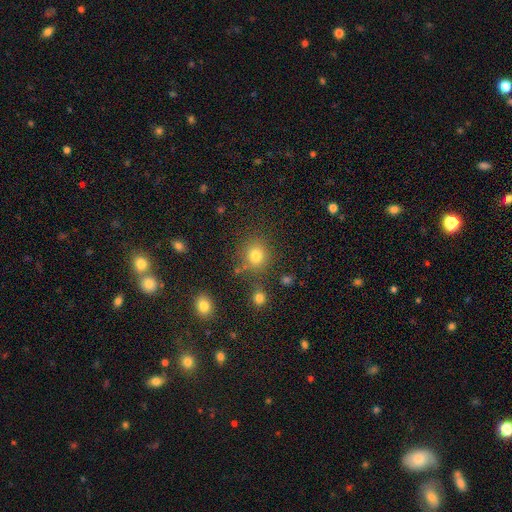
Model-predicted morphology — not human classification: Overall: smooth (79%). How rounded: round (87%). Merging: none (79%).